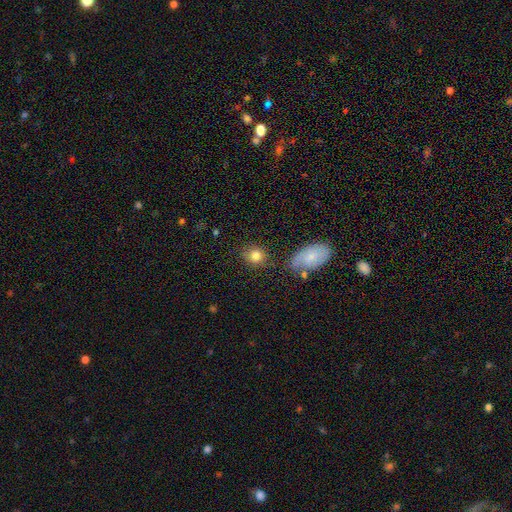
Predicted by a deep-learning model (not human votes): Morphology: type=smooth (81%); roundness=round (77%); merging=none (77%).